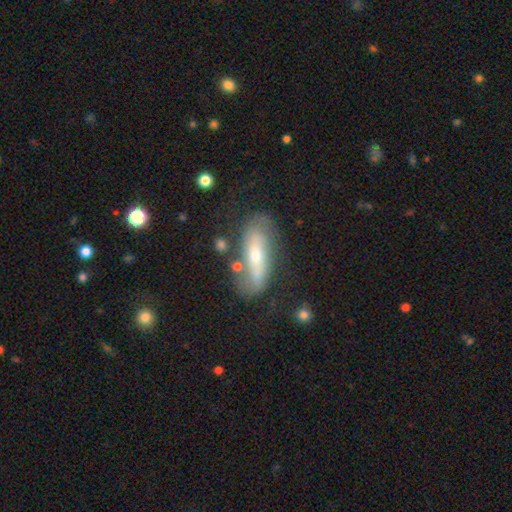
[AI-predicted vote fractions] This is possibly a featured or disk galaxy (57%). It is likely not viewed edge-on (70%). Merging: likely none (64%).